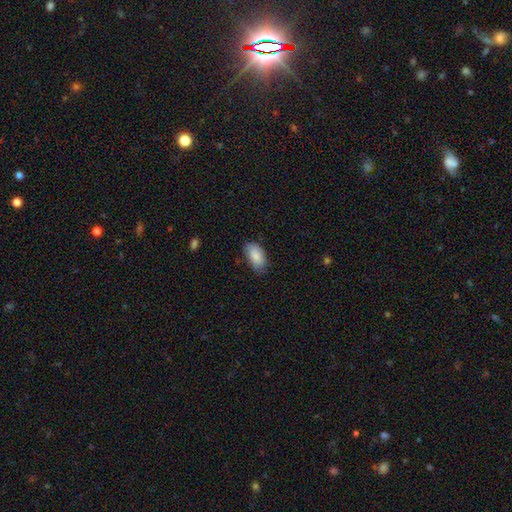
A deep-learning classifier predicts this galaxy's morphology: Smooth or featured: smooth — 88% (star or artifact — 6%)
How rounded: in between — 94% (cigar-shaped — 3%)
Merging: none — 73% (minor disturbance — 22%)